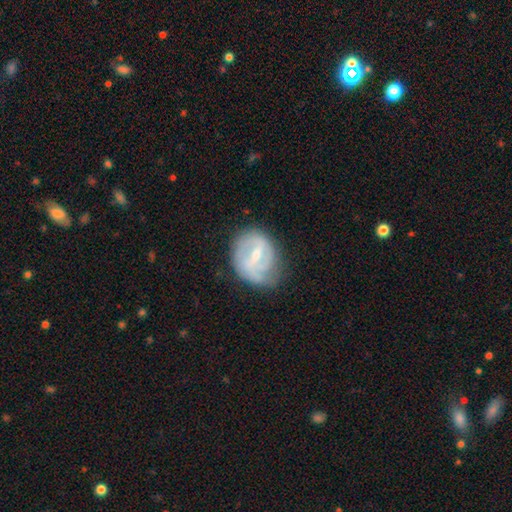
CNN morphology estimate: Smooth or featured? Predicted: featured or disk (p=0.72). Edge-on disk? Predicted: no (p=0.96). Bar? Predicted: weak (p=0.50). Spiral arms? Predicted: yes (p=0.75). Spiral winding? Predicted: tight (p=0.41). Spiral arm count? Predicted: 2 (p=0.51). Bulge size? Predicted: small (p=0.56). Merging? Predicted: none (p=0.57).